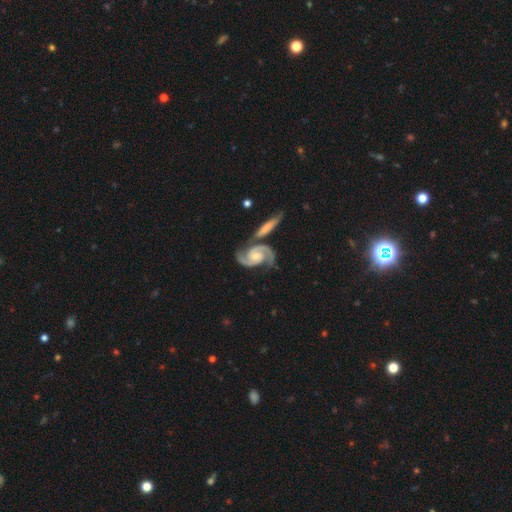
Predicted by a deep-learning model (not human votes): featured or disk 93%, star or artifact 4%, smooth 4%. Down the decision tree: edge-on disk — no (97%); bar — no (58%); spiral arms — yes (99%); spiral arm count — 2 (94%); spiral winding — medium (54%); bulge size — small (48%); merging — none (65%).